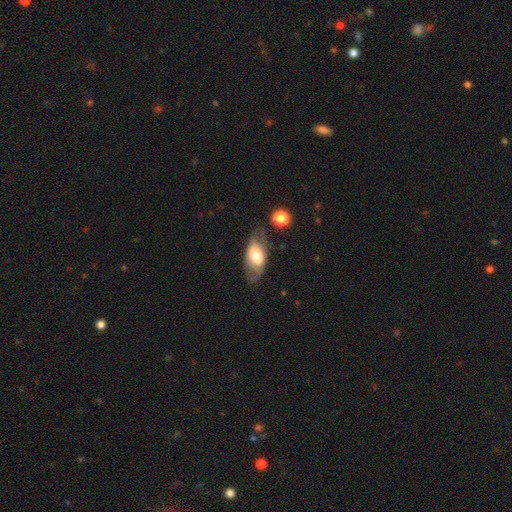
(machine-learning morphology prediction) Smooth or featured: smooth — 54% (featured or disk — 39%)
How rounded: in between — 87% (cigar-shaped — 7%)
Merging: none — 67% (minor disturbance — 19%)